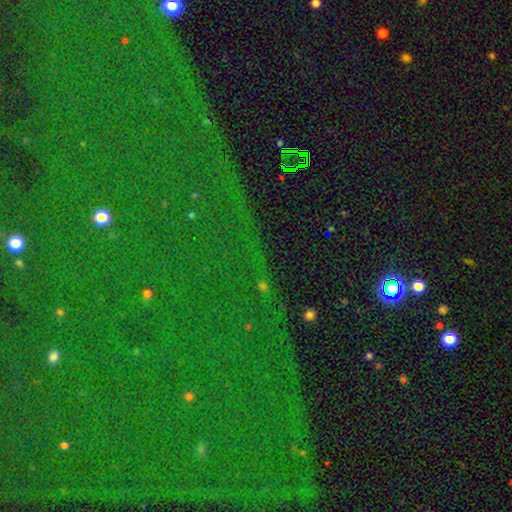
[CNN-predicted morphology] Smooth or featured? Predicted: star or artifact (p=0.84).